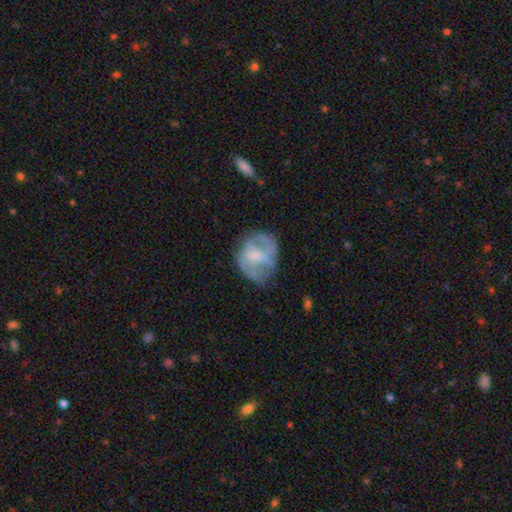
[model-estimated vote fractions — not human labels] The model was most divided on "bulge size": moderate: 34%, small: 32%, none: 26%, large: 7%, dominant: 1%. More confident: edge-on disk — no (97%); bar — no (55%); merging — none (55%); spiral arms — no (55%); smooth or featured — featured or disk (52%).